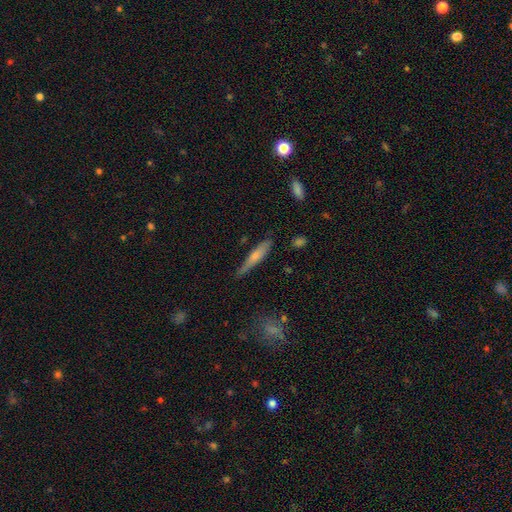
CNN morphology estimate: Smooth or featured? Predicted: smooth (p=0.63). How rounded? Predicted: cigar-shaped (p=0.87). Merging? Predicted: none (p=0.69).